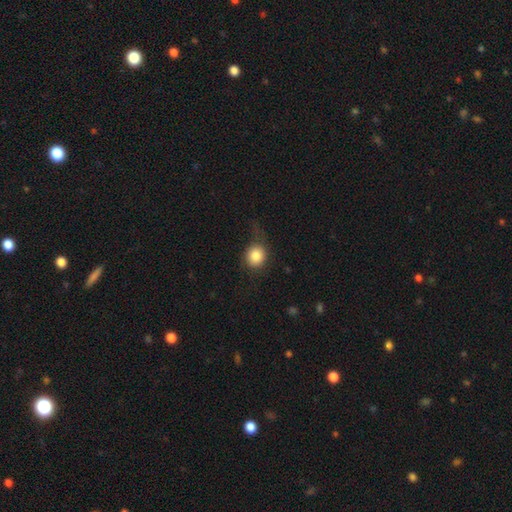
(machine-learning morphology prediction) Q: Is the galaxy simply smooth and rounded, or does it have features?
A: smooth — 83%.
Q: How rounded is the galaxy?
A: round — 81%.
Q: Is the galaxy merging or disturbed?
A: none — 58%.